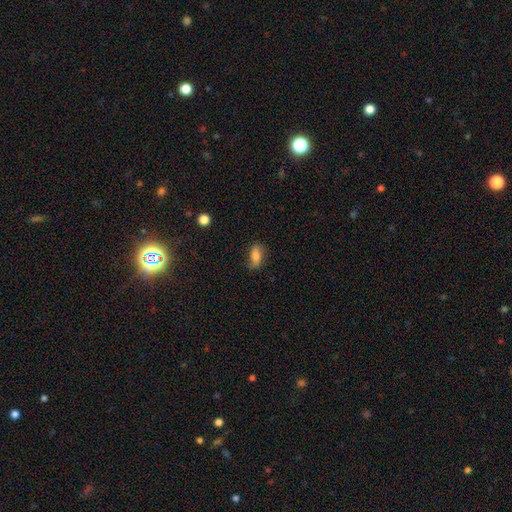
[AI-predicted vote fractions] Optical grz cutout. It shows a smooth galaxy with no disk features (75%) that is in between round and cigar-shaped (83%). Merging: none (73%).